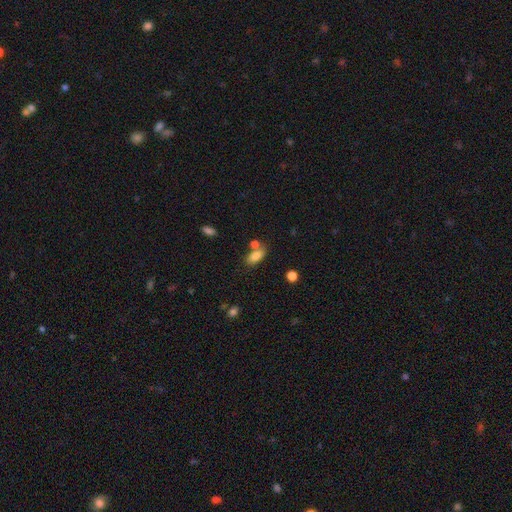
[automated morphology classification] The model was most divided on "merging": none: 57%, merger: 24%, minor disturbance: 15%, major disturbance: 5%. More confident: how rounded — in between (87%); smooth or featured — smooth (83%).